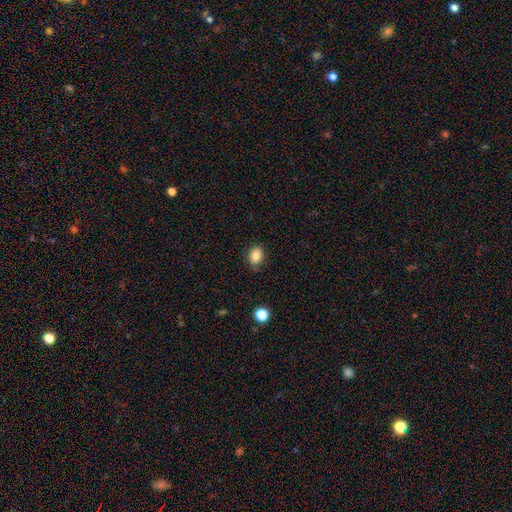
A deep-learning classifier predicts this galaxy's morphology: smooth-or-featured: smooth: 84% | star or artifact: 10% | featured or disk: 6%
  how-rounded: in between: 58% | round: 41% | cigar-shaped: 1%
  merging: none: 80% | minor disturbance: 15% | major disturbance: 3% | merger: 2%